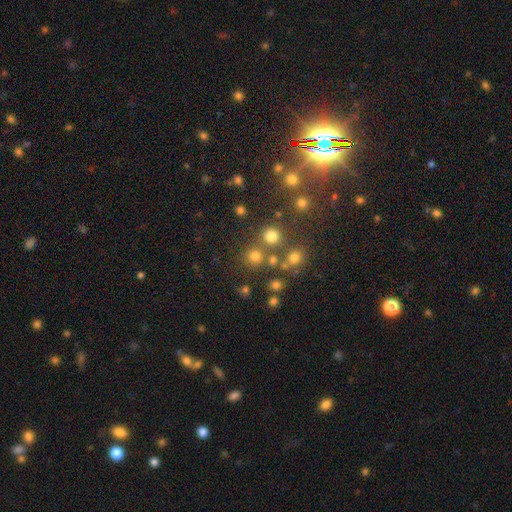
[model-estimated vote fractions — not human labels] Smooth or featured?
  - smooth: 57% *
  - star or artifact: 34%
  - featured or disk: 8%
How rounded?
  - round: 92% *
  - in between: 7%
  - cigar-shaped: 1%
Merging?
  - none: 77% *
  - merger: 13%
  - minor disturbance: 7%
  - major disturbance: 3%